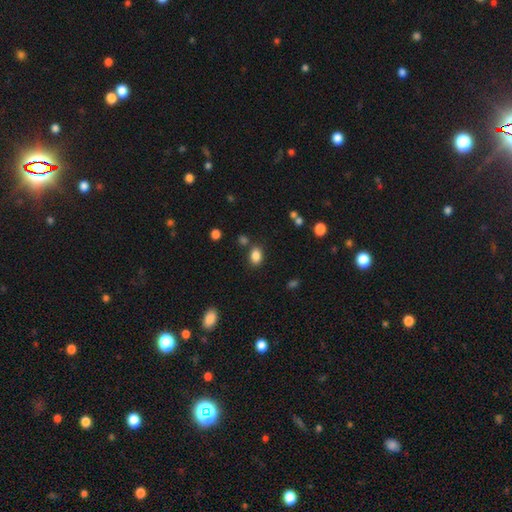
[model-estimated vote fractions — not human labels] Smooth or featured? smooth (85%)
How rounded? in between (73%)
Merging? none (78%)